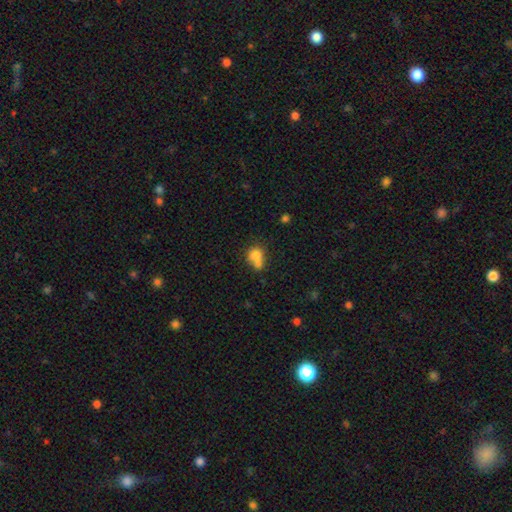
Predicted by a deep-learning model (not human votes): smooth 74%, featured or disk 15%, star or artifact 11%. Down the decision tree: how rounded — round (65%); merging — merger (54%).